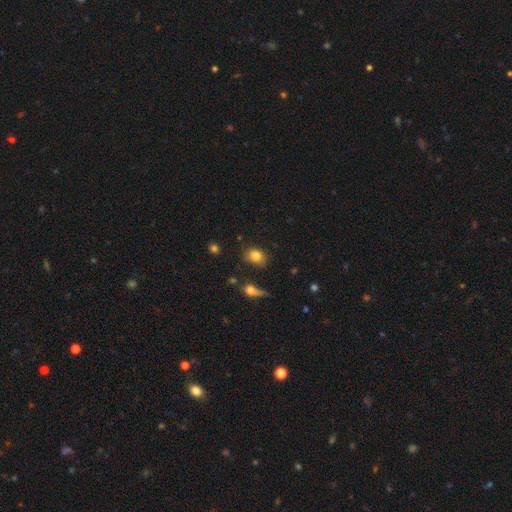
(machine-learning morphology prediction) The model was most divided on "how rounded": in between: 59%, round: 39%, cigar-shaped: 2%. More confident: smooth or featured — smooth (81%); merging — none (72%).